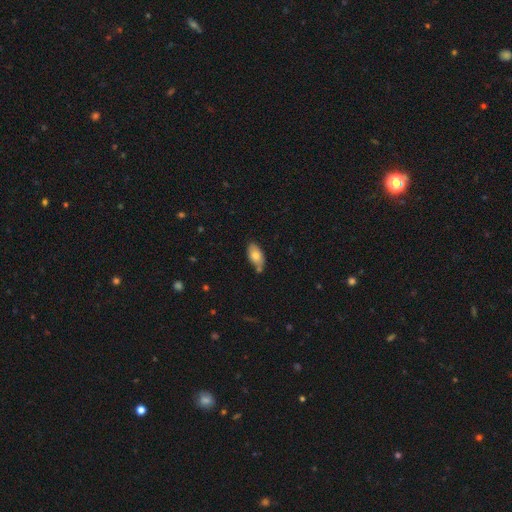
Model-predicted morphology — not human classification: Smooth or featured? Predicted: smooth (p=0.78). How rounded? Predicted: in between (p=0.92). Merging? Predicted: none (p=0.60).